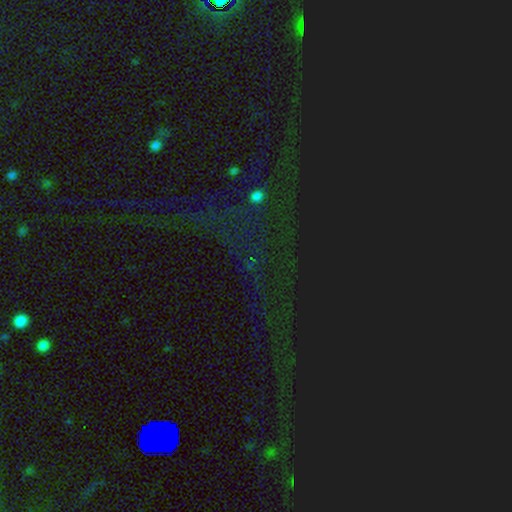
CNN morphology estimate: Q: Smooth or featured?
A: star or artifact (80%); runner-up: smooth (12%)